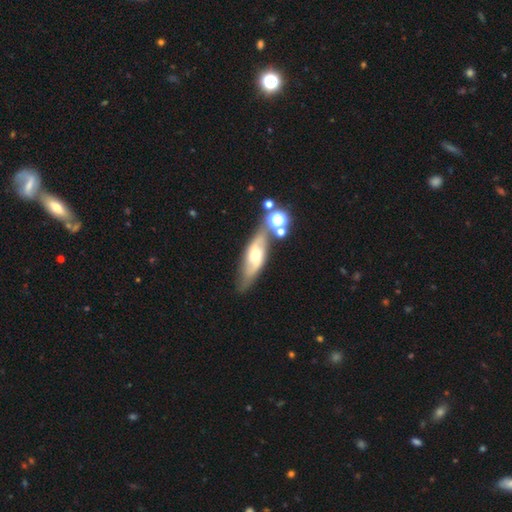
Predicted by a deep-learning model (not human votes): smooth-or-featured: featured or disk: 61% | smooth: 31% | star or artifact: 9%
  disk-edge-on: no: 69% | yes: 31%
  merging: none: 65% | minor disturbance: 17% | merger: 12% | major disturbance: 6%